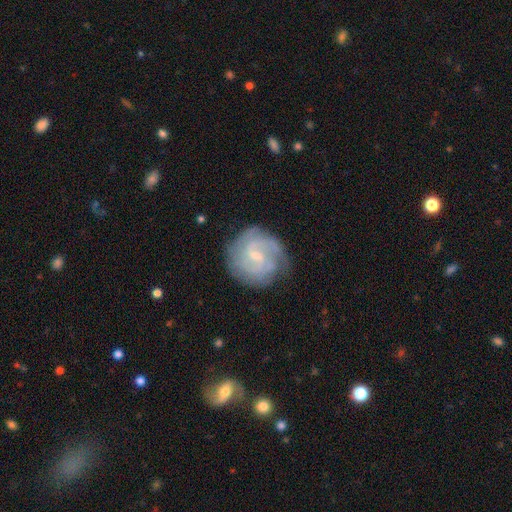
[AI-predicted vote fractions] smooth_or_featured: featured or disk (p=0.80) [alt: smooth p=0.14]
disk_edge_on: no (p=0.98) [alt: yes p=0.02]
bar: weak (p=0.61) [alt: no p=0.27]
has_spiral_arms: yes (p=0.94) [alt: no p=0.06]
spiral_winding: tight (p=0.56) [alt: medium p=0.35]
spiral_arm_count: 2 (p=0.40) [alt: can't tell p=0.29]
bulge_size: small (p=0.64) [alt: moderate p=0.29]
merging: none (p=0.75) [alt: minor disturbance p=0.17]